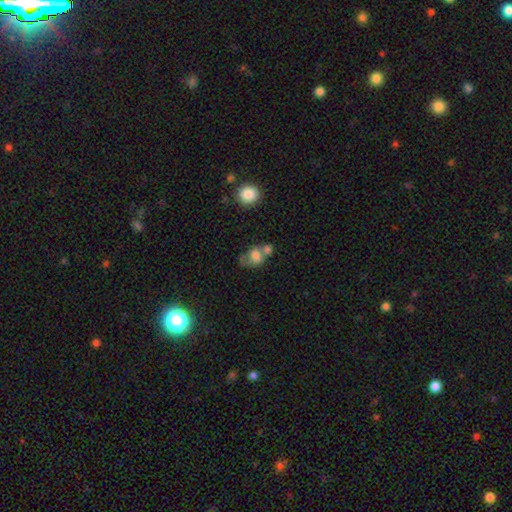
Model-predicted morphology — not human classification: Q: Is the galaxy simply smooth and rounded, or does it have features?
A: smooth — 65%.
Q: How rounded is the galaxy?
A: in between — 67%.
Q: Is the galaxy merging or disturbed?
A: merger — 44%.